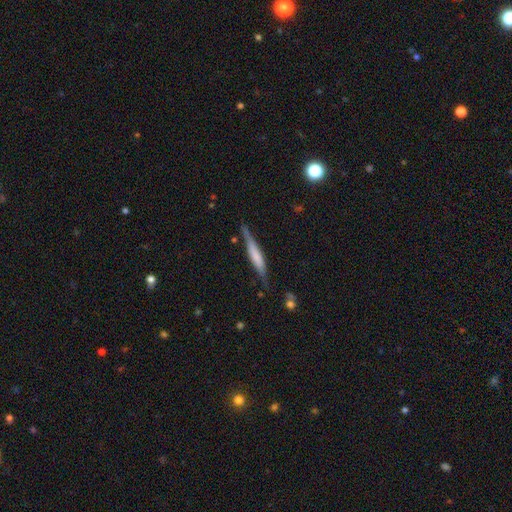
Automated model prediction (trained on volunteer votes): This is possibly a featured or disk galaxy (47%, tied with smooth). Merging: likely none (73%).